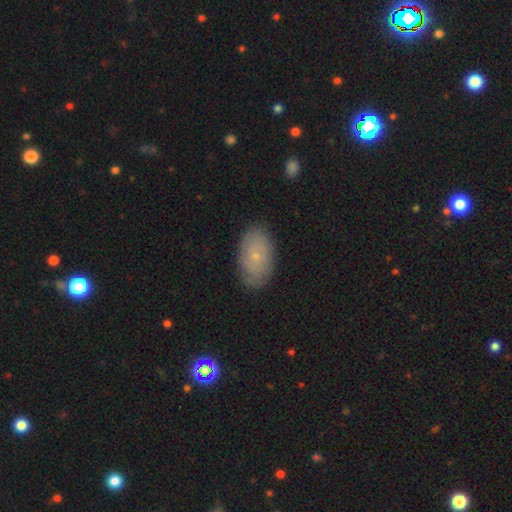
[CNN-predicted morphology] This appears to be a smooth galaxy with no disk features (66%) that is in between round and cigar-shaped (92%). Merging: none (82%).